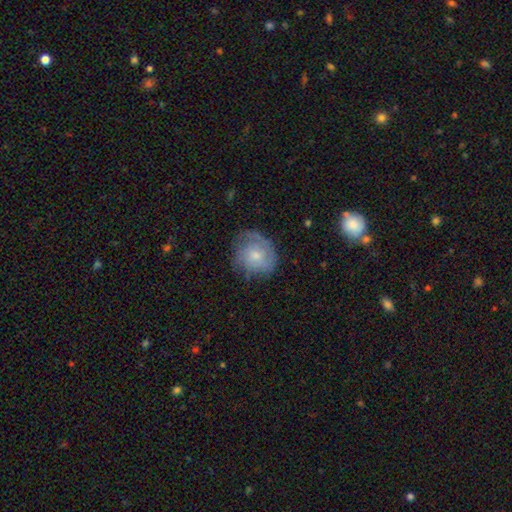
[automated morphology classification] This appears to be a featured or disk galaxy (47%). Merging: none (63%).